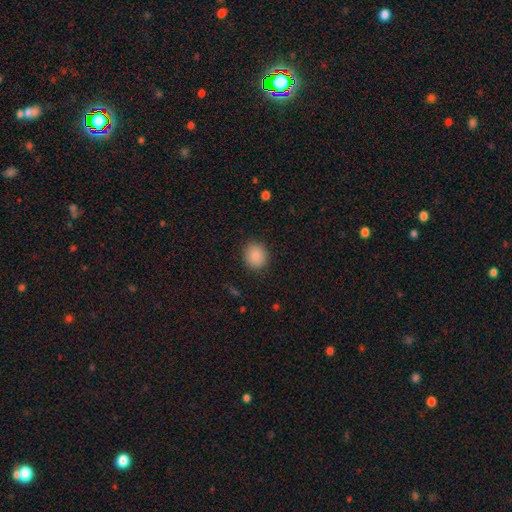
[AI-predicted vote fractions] smooth_or_featured: smooth (p=0.88) [alt: star or artifact p=0.08]
how_rounded: round (p=0.78) [alt: in between p=0.22]
merging: none (p=0.89) [alt: minor disturbance p=0.08]